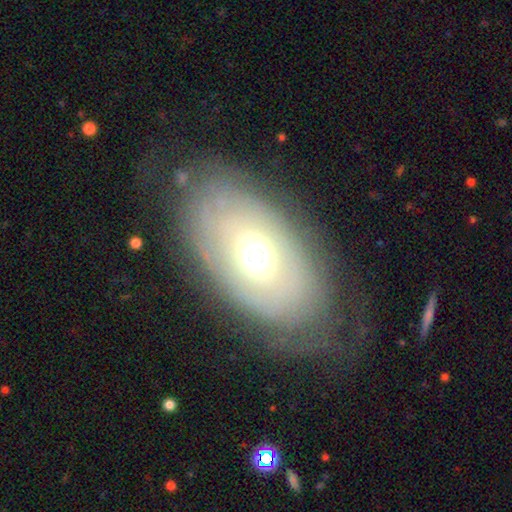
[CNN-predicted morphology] type=featured or disk (48%); merging=none (67%).